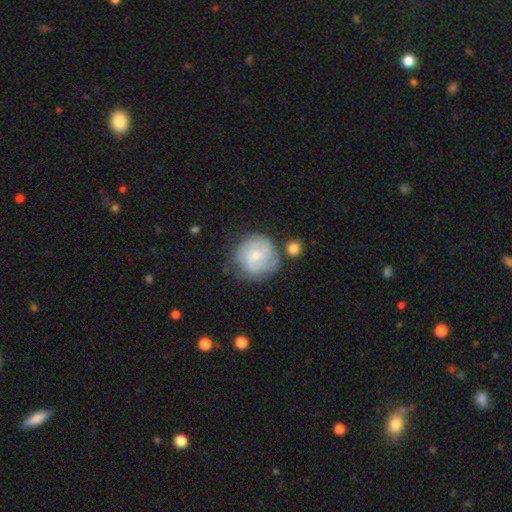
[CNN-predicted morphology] The model was most divided on "smooth or featured": smooth: 50%, featured or disk: 44%, star or artifact: 7%. More confident: merging — none (62%).